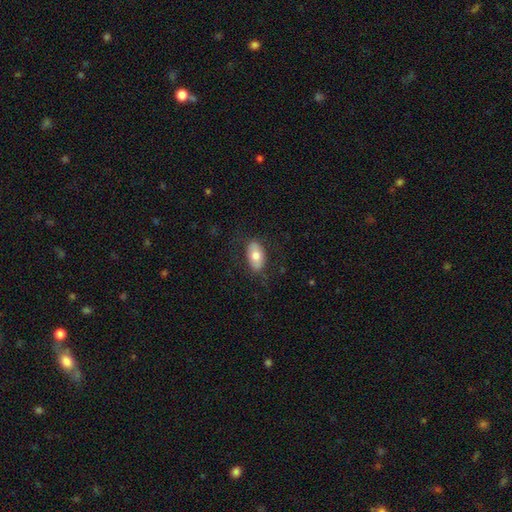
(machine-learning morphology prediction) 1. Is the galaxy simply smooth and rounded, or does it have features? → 70% smooth, 24% featured or disk, 6% star or artifact.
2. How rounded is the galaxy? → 93% in between, 5% round, 2% cigar-shaped.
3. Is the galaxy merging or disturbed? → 79% none, 14% minor disturbance, 6% major disturbance, 1% merger.